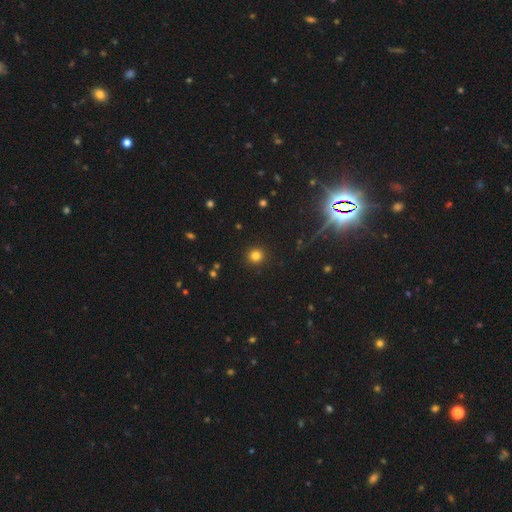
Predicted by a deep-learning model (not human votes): Overall: smooth (81%). How rounded: round (94%). Merging: none (92%).